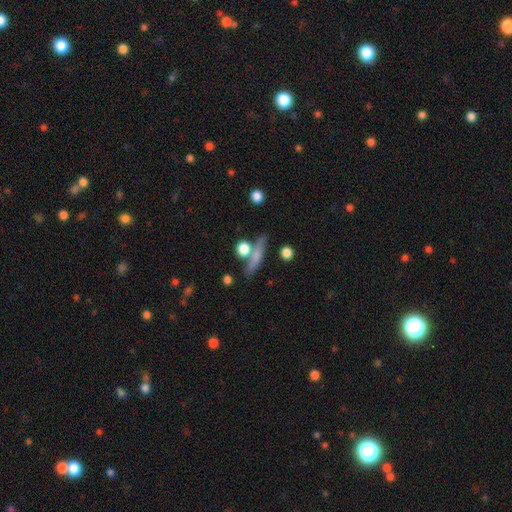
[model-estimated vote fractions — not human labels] Morphology: type=smooth (67%); roundness=cigar-shaped (61%); merging=none (70%).